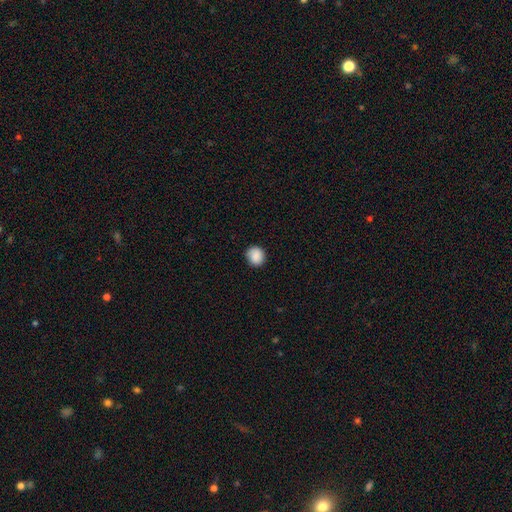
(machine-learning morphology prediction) type=smooth (88%); roundness=round (86%); merging=none (85%).